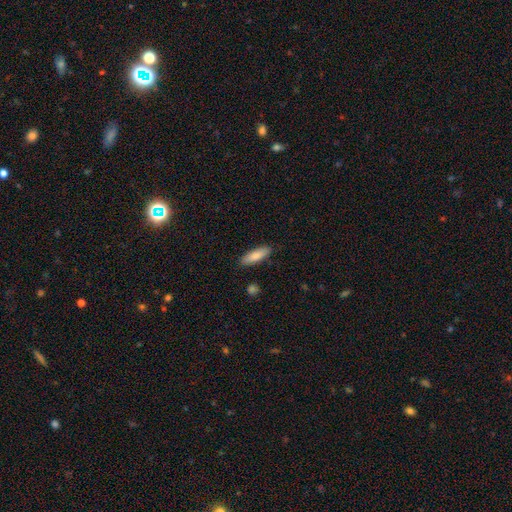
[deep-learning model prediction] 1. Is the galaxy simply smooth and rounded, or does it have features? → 81% smooth, 13% featured or disk, 6% star or artifact.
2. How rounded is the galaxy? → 50% in between, 48% cigar-shaped, 2% round.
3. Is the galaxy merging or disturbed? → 88% none, 9% minor disturbance, 2% major disturbance, 1% merger.